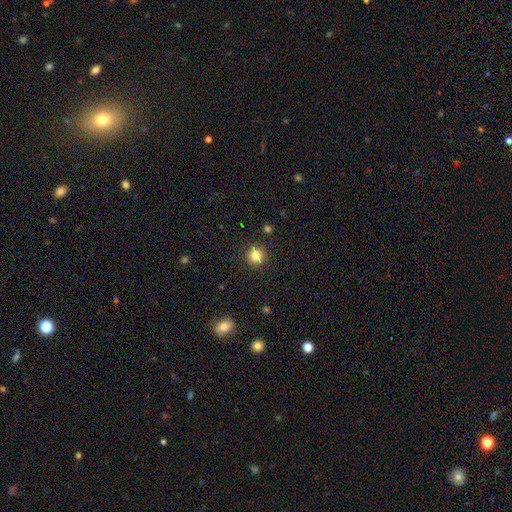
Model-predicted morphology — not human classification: smooth 82%, star or artifact 12%, featured or disk 6%. Down the decision tree: how rounded — round (91%); merging — none (90%).